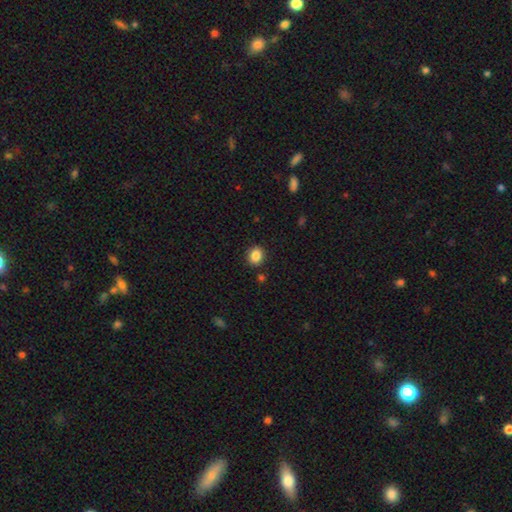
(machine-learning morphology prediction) Smooth or featured: smooth — 86% (star or artifact — 10%)
How rounded: round — 69% (in between — 30%)
Merging: none — 88% (minor disturbance — 7%)